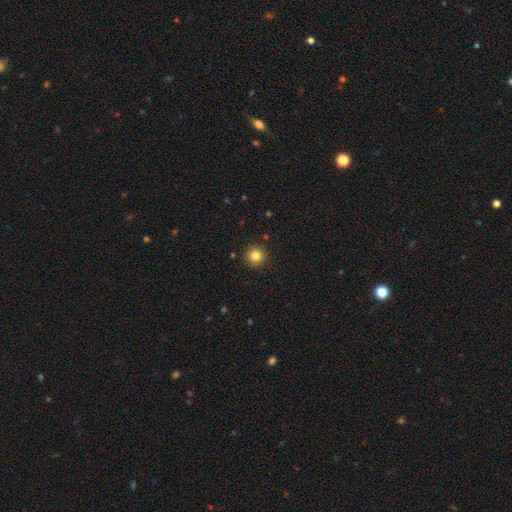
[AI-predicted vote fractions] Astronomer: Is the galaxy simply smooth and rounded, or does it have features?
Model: smooth — 82%.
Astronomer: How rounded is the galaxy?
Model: round — 95%.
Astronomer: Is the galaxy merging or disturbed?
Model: none — 90%.